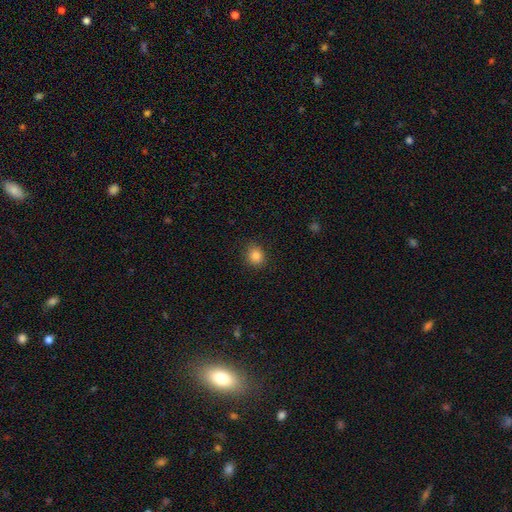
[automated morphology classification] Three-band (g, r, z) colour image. It shows a smooth galaxy with no disk features (84%) that is round (75%). Merging: none (88%).